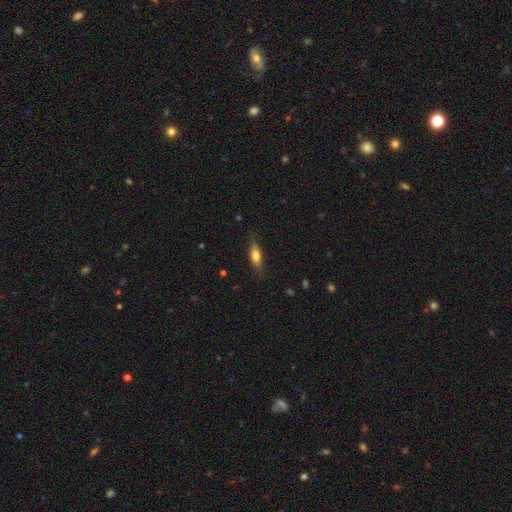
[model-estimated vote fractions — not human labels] Smooth or featured? smooth (64%)
How rounded? in between (52%)
Merging? none (77%)